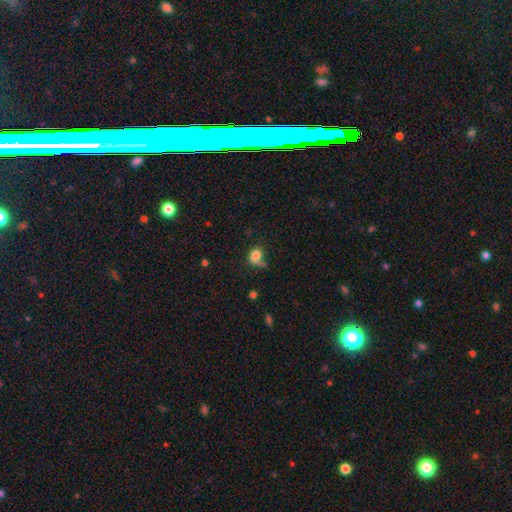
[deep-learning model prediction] This is likely a smooth galaxy (75%). How rounded: possibly in between (50%). Merging: marginally none (35%).